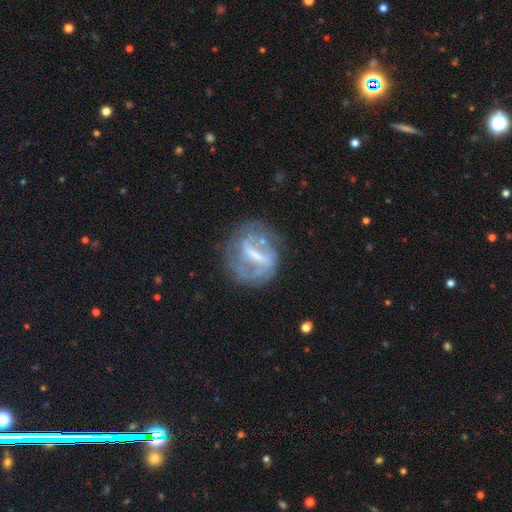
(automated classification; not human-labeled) featured or disk 79%, smooth 14%, star or artifact 8%. Down the decision tree: edge-on disk — no (95%); bar — strong (62%); spiral arms — yes (73%); spiral arm count — 2 (53%); spiral winding — tight (40%); bulge size — small (41%); merging — none (64%).